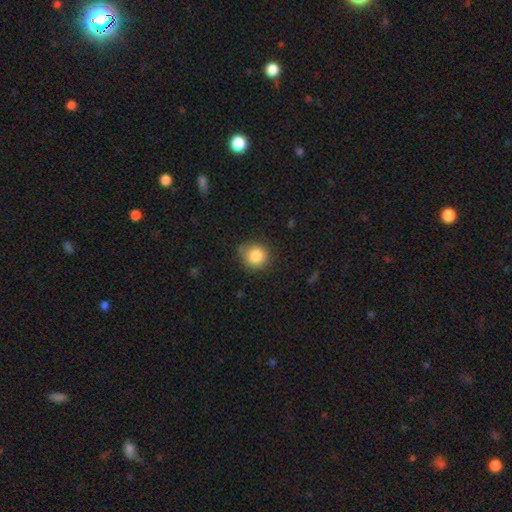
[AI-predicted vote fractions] Morphology: type=smooth (86%); roundness=round (92%); merging=none (83%).